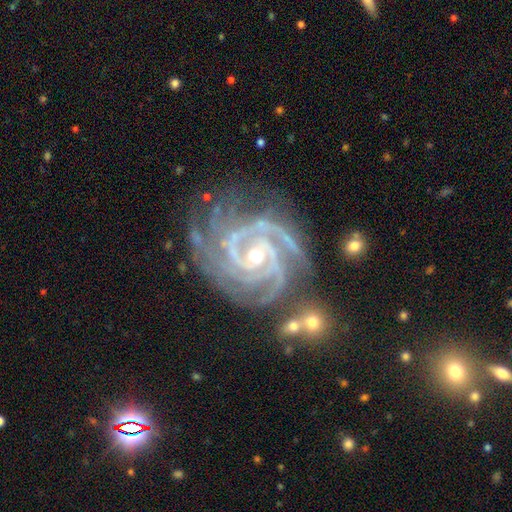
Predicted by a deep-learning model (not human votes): The model was most divided on "spiral arm count": 3: 36%, 4: 30%, 2: 11%, more than 4: 9%, can't tell: 8%, 1: 6%. Remaining: spiral arms — yes (99%); edge-on disk — no (98%); smooth or featured — featured or disk (92%); spiral winding — tight (76%); merging — none (65%); bulge size — small (58%); bar — no (46%).